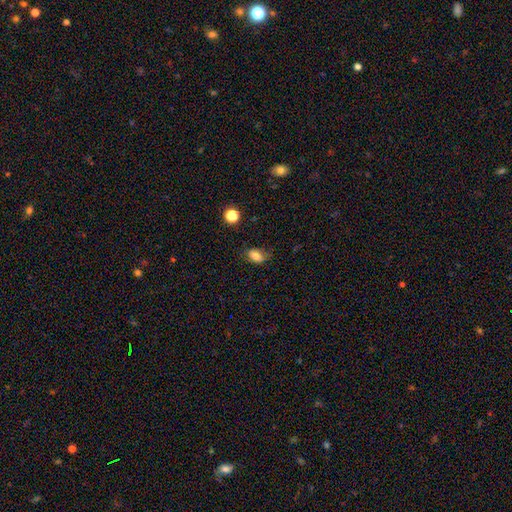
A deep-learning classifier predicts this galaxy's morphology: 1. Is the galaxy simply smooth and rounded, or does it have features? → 80% smooth, 11% star or artifact, 10% featured or disk.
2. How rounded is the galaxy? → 83% in between, 15% round, 2% cigar-shaped.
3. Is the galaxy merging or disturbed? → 71% none, 21% minor disturbance, 6% major disturbance, 2% merger.